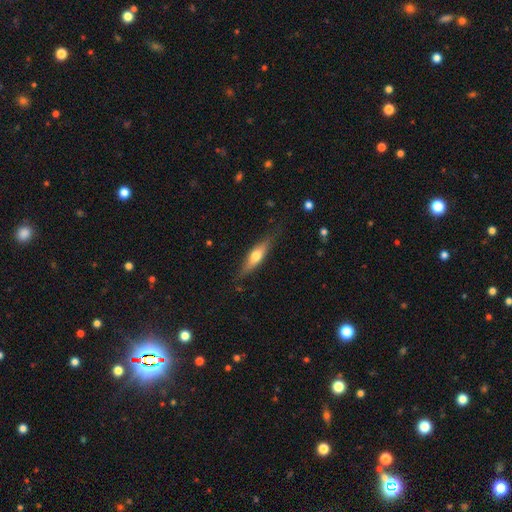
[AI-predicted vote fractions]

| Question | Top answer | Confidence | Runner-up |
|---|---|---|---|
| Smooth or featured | smooth | 52% | featured or disk (42%) |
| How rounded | cigar-shaped | 65% | in between (33%) |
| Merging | none | 80% | minor disturbance (15%) |